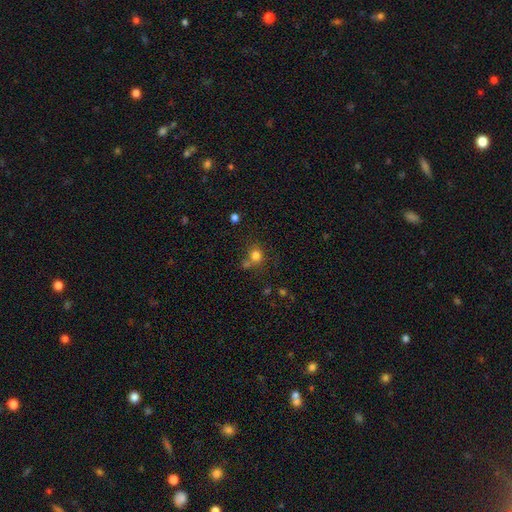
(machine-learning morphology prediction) Smooth or featured? Predicted: smooth (p=0.79). How rounded? Predicted: round (p=0.80). Merging? Predicted: none (p=0.59).